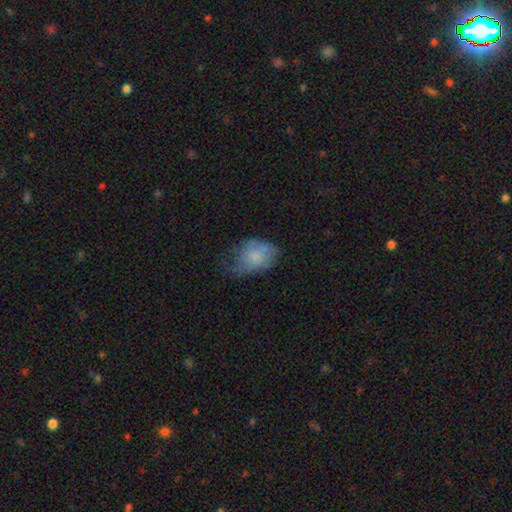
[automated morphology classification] The model was most divided on "merging": minor disturbance: 35%, none: 34%, major disturbance: 29%, merger: 2%. More confident: how rounded — in between (78%); smooth or featured — smooth (55%).